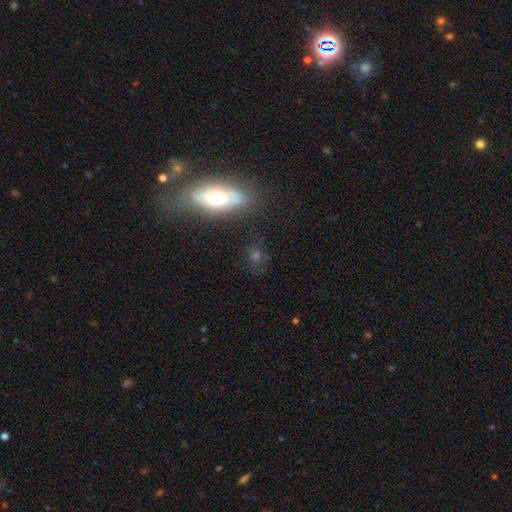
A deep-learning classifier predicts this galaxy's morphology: Smooth or featured?
  - smooth: 46% *
  - featured or disk: 38%
  - star or artifact: 16%
Merging?
  - none: 64% *
  - minor disturbance: 19%
  - major disturbance: 10%
  - merger: 7%